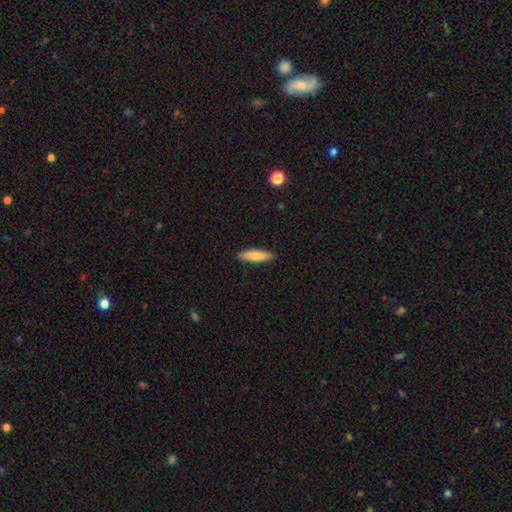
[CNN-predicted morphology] Overall: smooth (77%). How rounded: cigar-shaped (71%). Merging: none (90%).